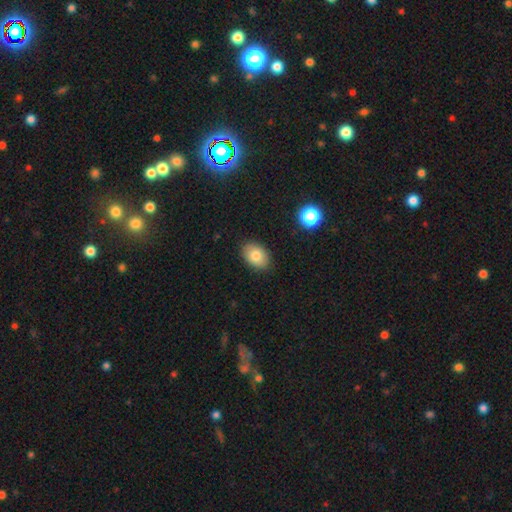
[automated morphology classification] A smooth galaxy with no disk features (81%) that is in between round and cigar-shaped (82%).

Vote fractions:
- Smooth or featured? smooth: 81% / featured or disk: 10% / star or artifact: 9%
- How rounded? in between: 82% / round: 17% / cigar-shaped: 1%
- Merging? none: 87% / minor disturbance: 10% / major disturbance: 2% / merger: 1%